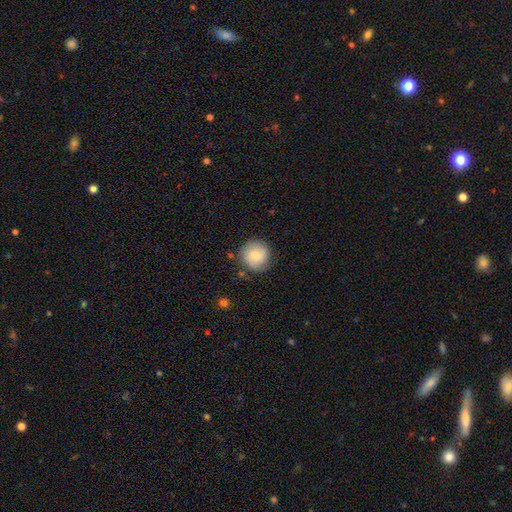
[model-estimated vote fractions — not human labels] A smooth galaxy with no disk features (73%) that is round (93%). Merging: none (78%).